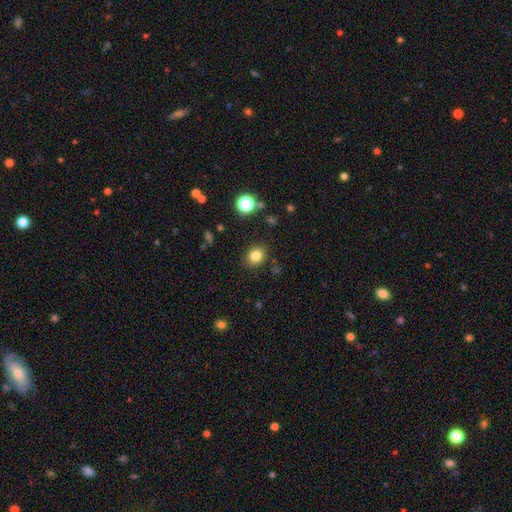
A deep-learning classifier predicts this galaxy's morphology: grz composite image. It shows a smooth galaxy with no disk features (82%) that is round (65%). Merging: none (87%).